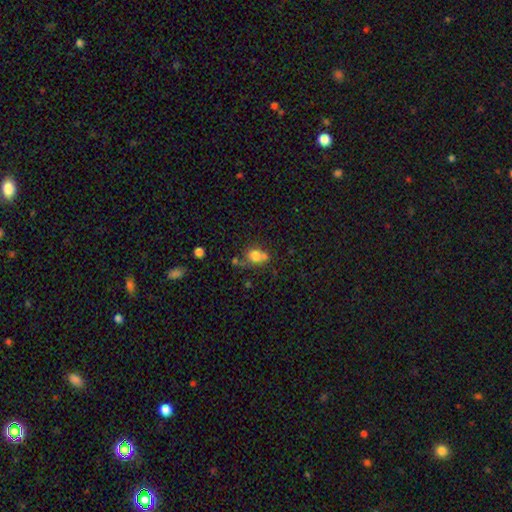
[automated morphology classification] smooth 76%, star or artifact 12%, featured or disk 12%. Down the decision tree: how rounded — round (60%); merging — none (43%).